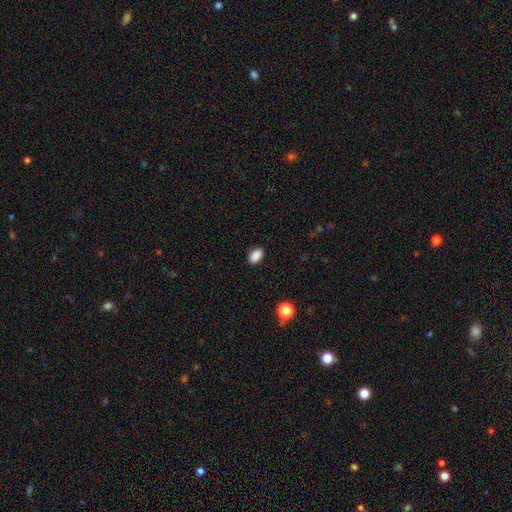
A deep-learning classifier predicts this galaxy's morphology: smooth 89%, star or artifact 9%, featured or disk 3%. Down the decision tree: how rounded — in between (89%); merging — none (89%).